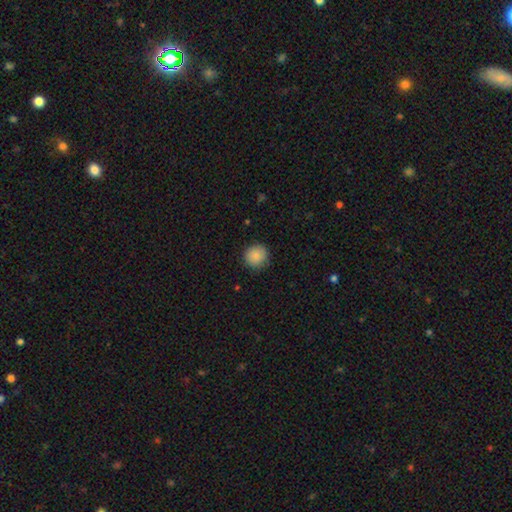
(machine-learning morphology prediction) smooth-or-featured: smooth: 88% | star or artifact: 8% | featured or disk: 3%
  how-rounded: round: 93% | in between: 6% | cigar-shaped: 1%
  merging: none: 89% | minor disturbance: 8% | major disturbance: 2% | merger: 1%